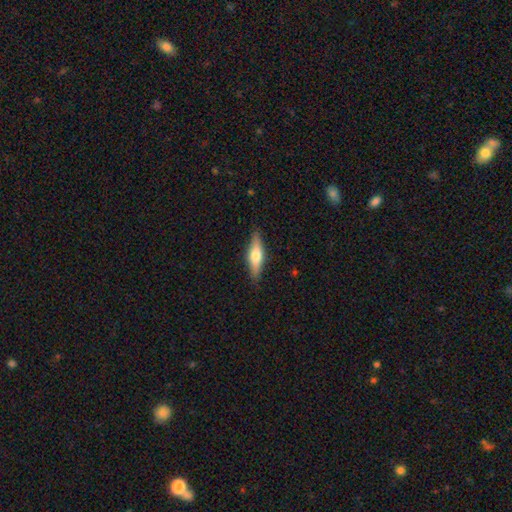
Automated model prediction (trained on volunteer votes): smooth 50%, featured or disk 44%, star or artifact 6%. Down the decision tree: merging — none (87%).